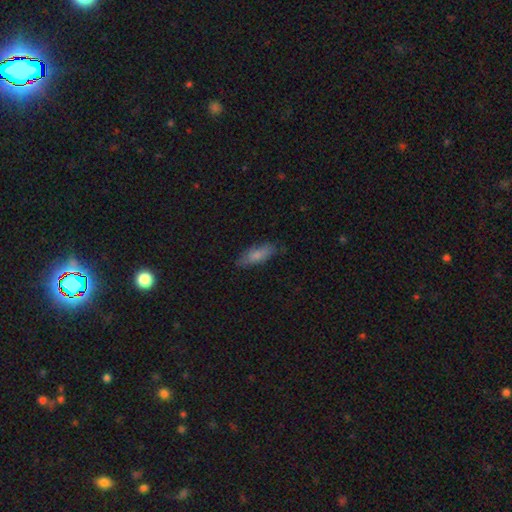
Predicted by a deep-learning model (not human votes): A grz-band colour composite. It shows a smooth galaxy with no disk features (75%) that is in between round and cigar-shaped (58%). Merging: none (80%).